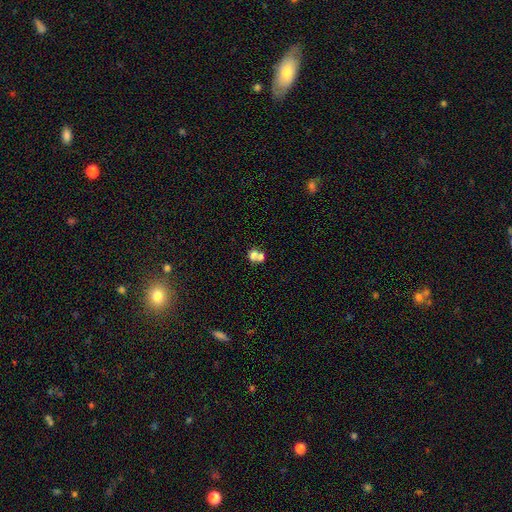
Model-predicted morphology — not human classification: A smooth galaxy with no disk features (68%) that is round (71%).

Vote fractions:
- Smooth or featured? smooth: 68% / featured or disk: 19% / star or artifact: 13%
- How rounded? round: 71% / in between: 28% / cigar-shaped: 1%
- Merging? merger: 60% / none: 30% / minor disturbance: 6% / major disturbance: 4%